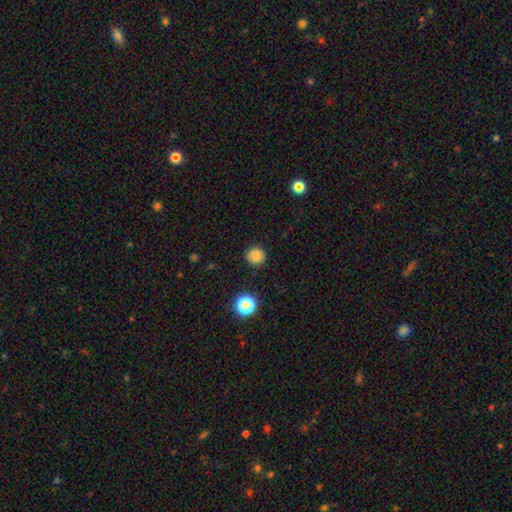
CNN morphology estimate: type=smooth (82%); roundness=round (93%); merging=none (88%).